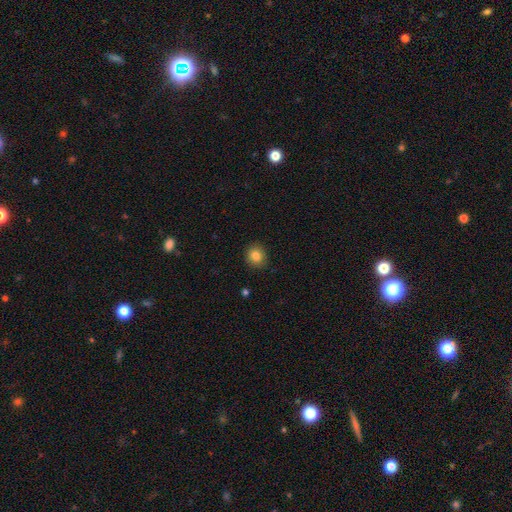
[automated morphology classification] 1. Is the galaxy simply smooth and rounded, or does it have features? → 84% smooth, 10% star or artifact, 6% featured or disk.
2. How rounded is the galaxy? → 80% round, 19% in between, 1% cigar-shaped.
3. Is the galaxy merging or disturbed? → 90% none, 7% minor disturbance, 2% major disturbance, 1% merger.